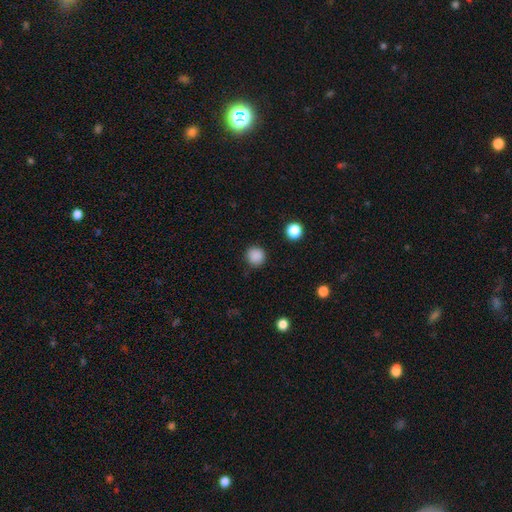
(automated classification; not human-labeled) Smooth or featured? Predicted: smooth (p=0.86). How rounded? Predicted: round (p=0.93). Merging? Predicted: none (p=0.88).